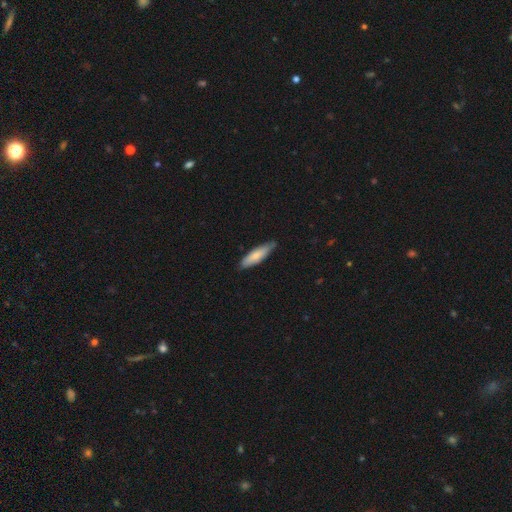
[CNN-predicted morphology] Overall: smooth (74%). How rounded: cigar-shaped (61%; in between 37%). Merging: none (76%).